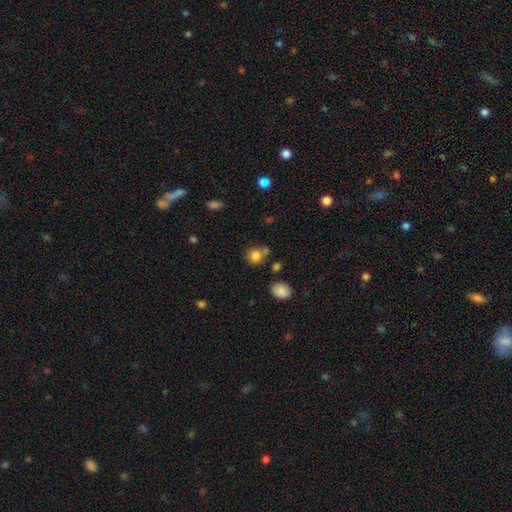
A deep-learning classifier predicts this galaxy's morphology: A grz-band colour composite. It shows a smooth galaxy with no disk features (82%) that is round (83%). Merging: none (64%).